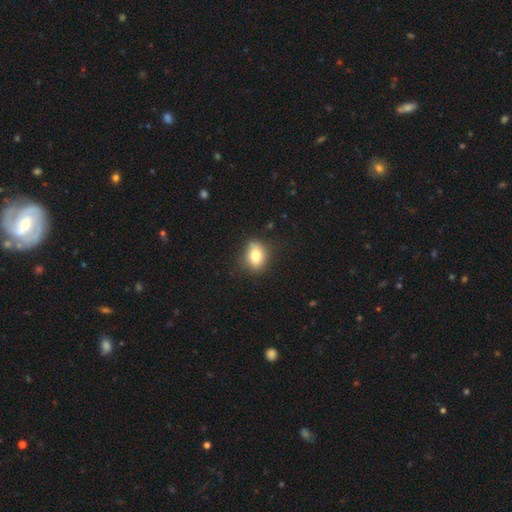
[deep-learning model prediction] Overall: smooth (79%). How rounded: in between (62%; round 37%). Merging: none (73%).